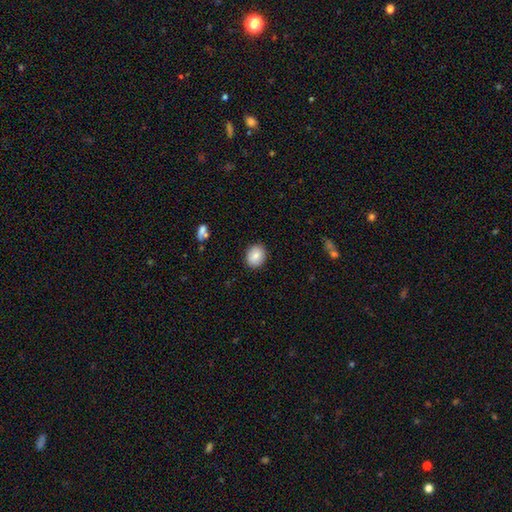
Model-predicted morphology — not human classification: smooth 84%, star or artifact 8%, featured or disk 8%. Down the decision tree: how rounded — round (61%); merging — none (89%).